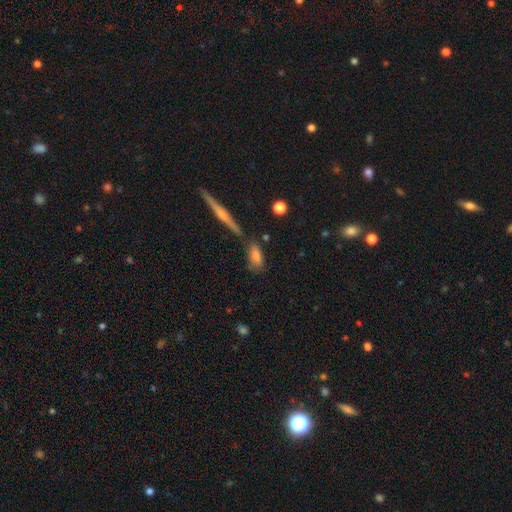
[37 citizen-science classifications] Smooth or featured?
  - smooth: 68% *
  - featured or disk: 24%
  - star or artifact: 8%
How rounded?
  - in between: 88% *
  - cigar-shaped: 8%
  - round: 4%
Merging?
  - none: 44% *
  - minor disturbance: 35%
  - merger: 18%
  - major disturbance: 3%